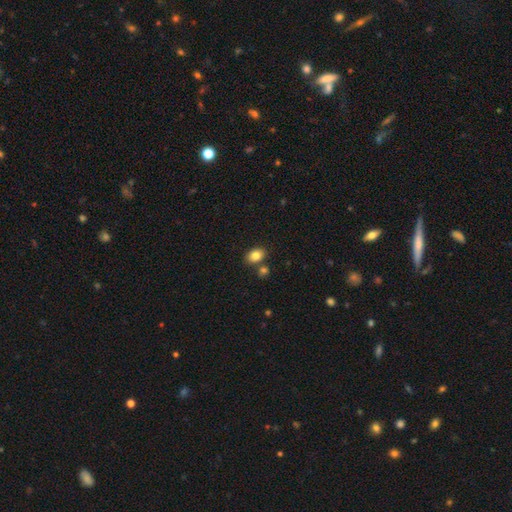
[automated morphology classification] Overall: smooth (84%). How rounded: in between (76%). Merging: none (76%).